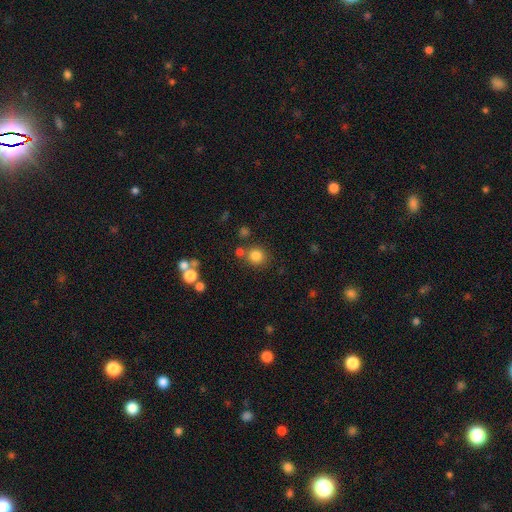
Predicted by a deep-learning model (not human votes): This appears to be a smooth galaxy with no disk features (81%) that is round (88%). Merging: none (74%).